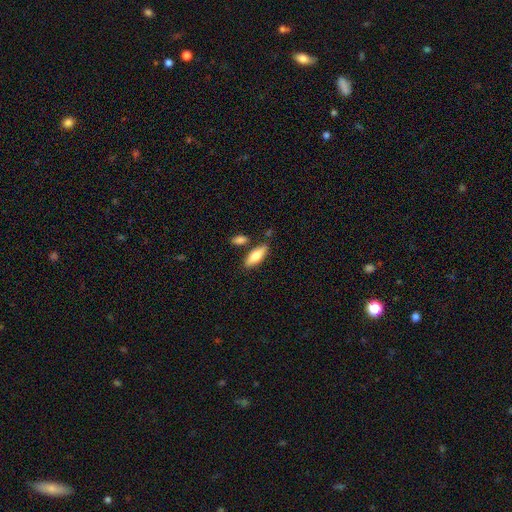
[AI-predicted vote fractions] A smooth galaxy with no disk features (75%) that is in between round and cigar-shaped (68%).

Vote fractions:
- Smooth or featured? smooth: 75% / featured or disk: 19% / star or artifact: 6%
- How rounded? in between: 68% / cigar-shaped: 30% / round: 3%
- Merging? none: 76% / minor disturbance: 12% / merger: 9% / major disturbance: 3%